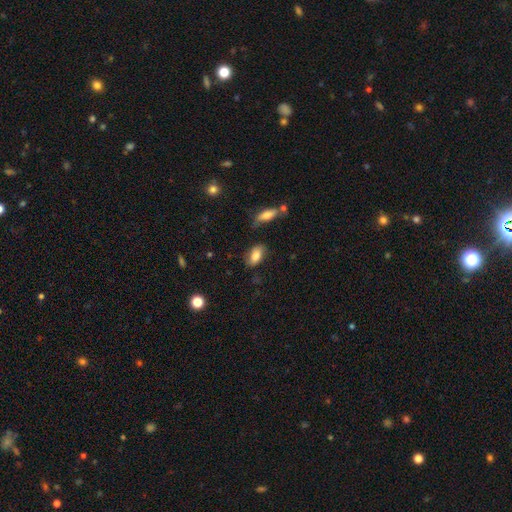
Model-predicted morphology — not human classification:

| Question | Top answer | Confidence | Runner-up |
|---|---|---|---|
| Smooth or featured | smooth | 80% | featured or disk (13%) |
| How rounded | in between | 90% | round (5%) |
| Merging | none | 71% | minor disturbance (20%) |